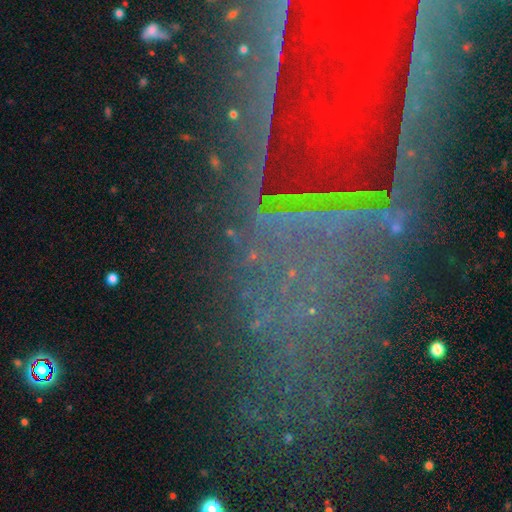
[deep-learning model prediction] star or artifact 79%, featured or disk 12%, smooth 10%.